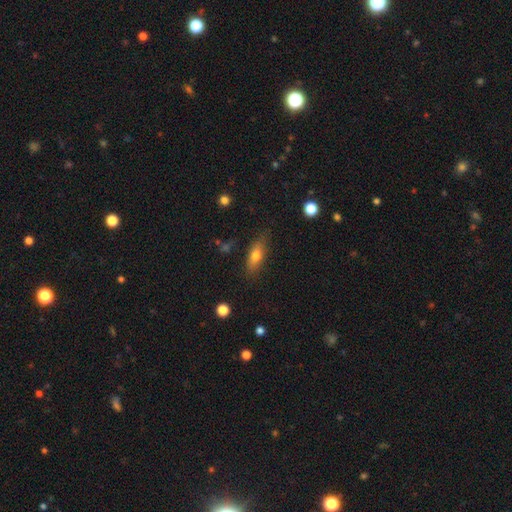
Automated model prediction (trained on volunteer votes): A smooth galaxy with no disk features (68%) that is in between round and cigar-shaped (67%).

Vote fractions:
- Smooth or featured? smooth: 68% / featured or disk: 23% / star or artifact: 8%
- How rounded? in between: 67% / cigar-shaped: 29% / round: 5%
- Merging? none: 78% / minor disturbance: 16% / major disturbance: 4% / merger: 2%